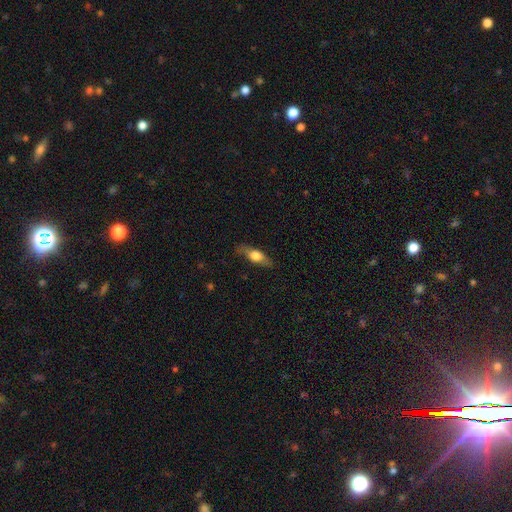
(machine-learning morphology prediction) Smooth or featured?
  - smooth: 54% *
  - featured or disk: 40%
  - star or artifact: 6%
How rounded?
  - in between: 54% *
  - cigar-shaped: 41%
  - round: 5%
Merging?
  - none: 78% *
  - minor disturbance: 16%
  - major disturbance: 4%
  - merger: 1%